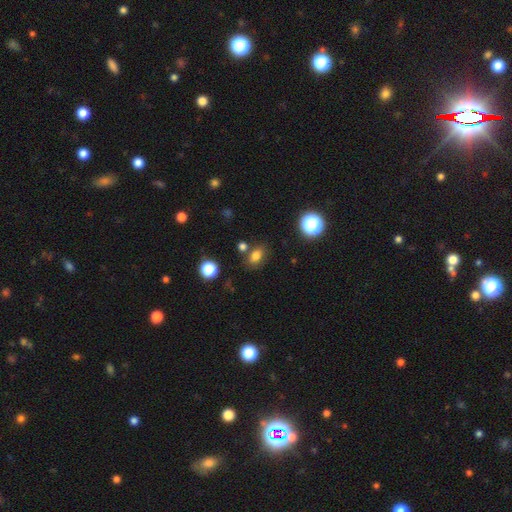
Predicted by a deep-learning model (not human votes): Overall: smooth (78%). How rounded: in between (70%). Merging: none (74%).